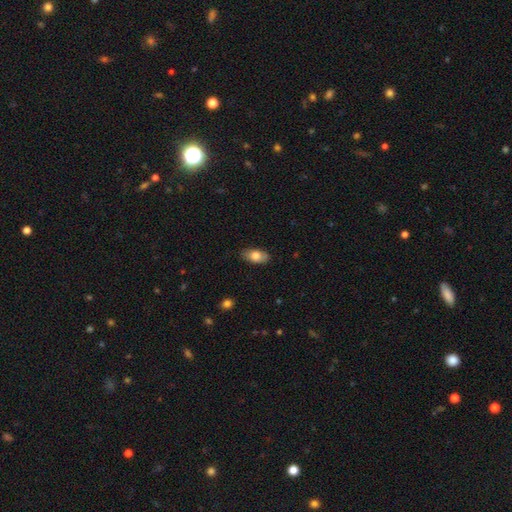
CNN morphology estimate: Overall: smooth (79%). How rounded: in between (91%). Merging: none (85%).